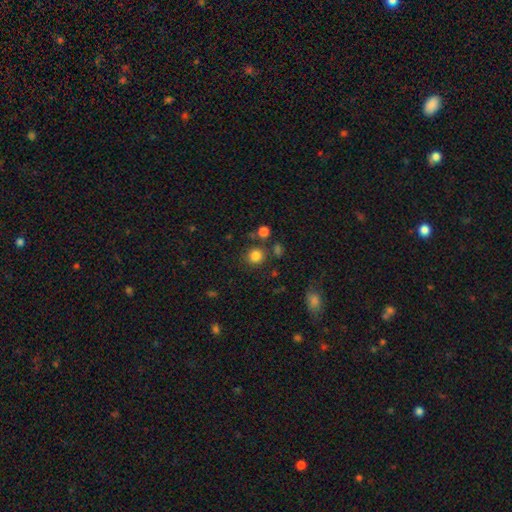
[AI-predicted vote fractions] Smooth or featured? smooth (81%)
How rounded? round (89%)
Merging? none (79%)